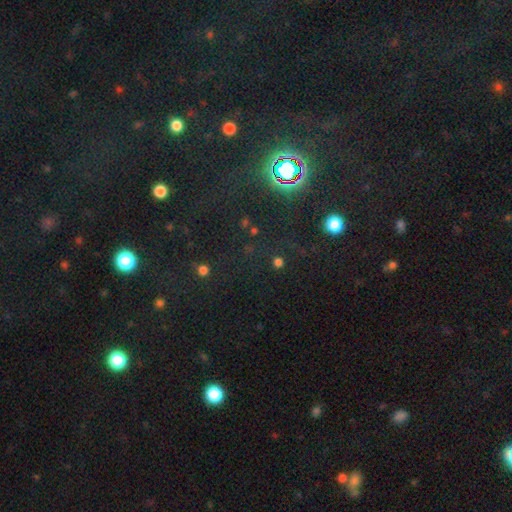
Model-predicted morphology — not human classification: This appears to be a star or artifact, not a galaxy (75%).